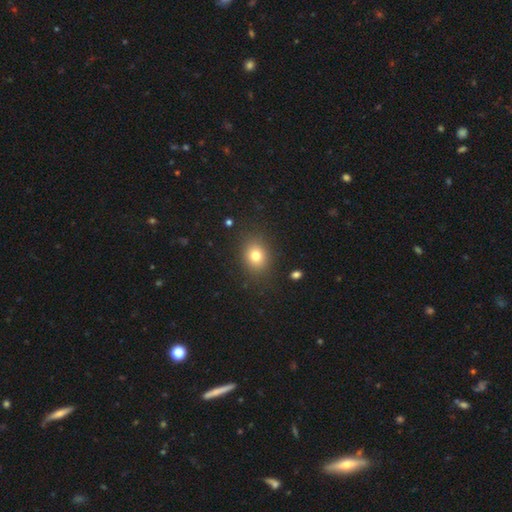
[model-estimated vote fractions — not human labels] smooth-or-featured: smooth: 79% | star or artifact: 12% | featured or disk: 9%
  how-rounded: round: 56% | in between: 43% | cigar-shaped: 1%
  merging: none: 86% | minor disturbance: 9% | major disturbance: 4% | merger: 1%